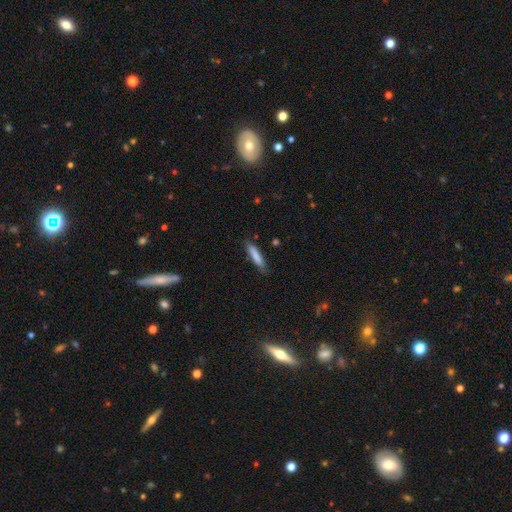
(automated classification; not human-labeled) Smooth or featured: smooth — 83% (featured or disk — 11%)
How rounded: cigar-shaped — 87% (in between — 12%)
Merging: none — 83% (minor disturbance — 13%)